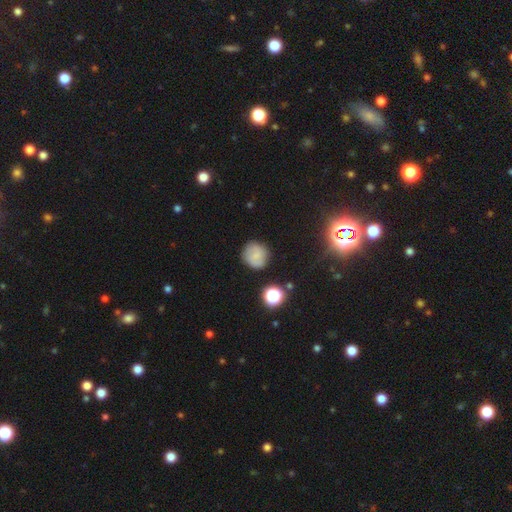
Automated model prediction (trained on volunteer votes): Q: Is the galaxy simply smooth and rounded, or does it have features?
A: smooth — 72%.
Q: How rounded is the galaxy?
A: round — 88%.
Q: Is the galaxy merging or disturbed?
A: none — 80%.